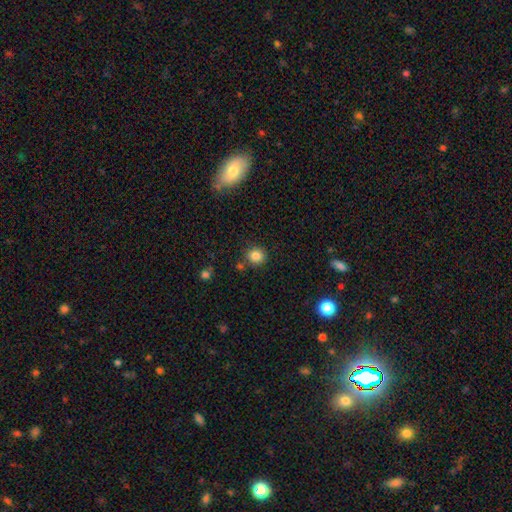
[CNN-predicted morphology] Smooth or featured: smooth — 84% (star or artifact — 11%)
How rounded: round — 88% (in between — 11%)
Merging: none — 82% (minor disturbance — 9%)